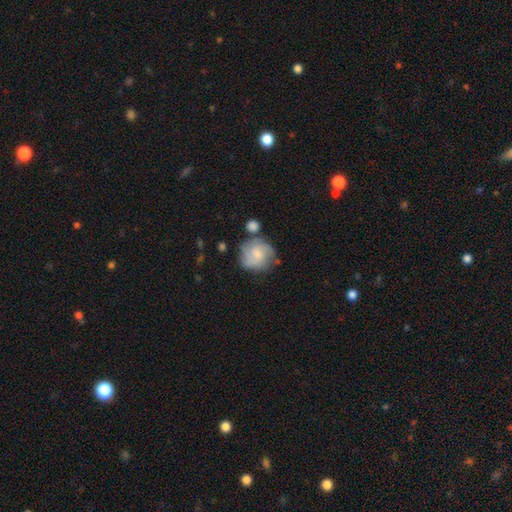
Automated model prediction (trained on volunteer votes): Q: Smooth or featured?
A: smooth (53%); runner-up: featured or disk (40%)
Q: How rounded?
A: round (83%); runner-up: in between (16%)
Q: Merging?
A: none (60%); runner-up: minor disturbance (21%)